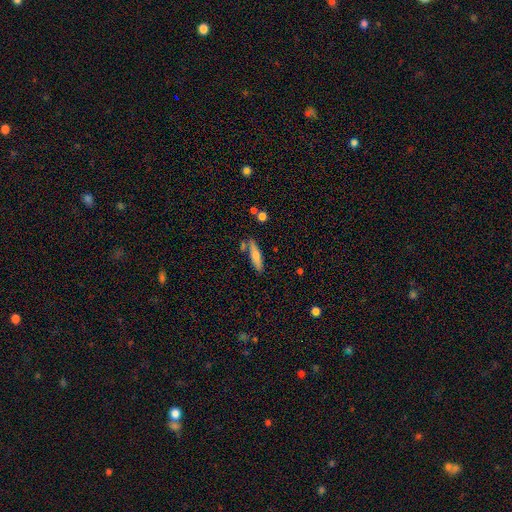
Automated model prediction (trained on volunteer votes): This is likely a smooth galaxy (68%). How rounded: likely cigar-shaped (73%). Merging: likely none (72%).